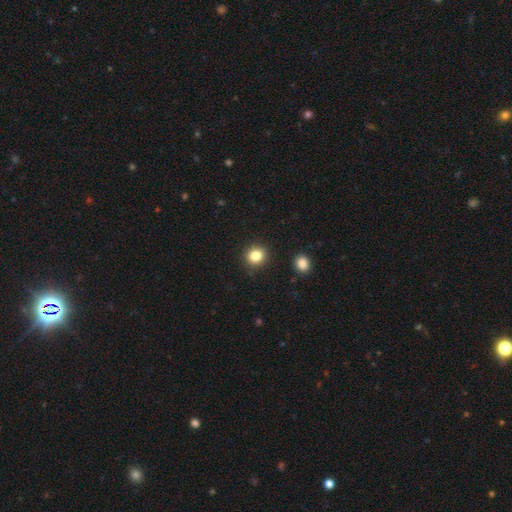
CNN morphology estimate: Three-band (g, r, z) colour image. It shows a smooth galaxy with no disk features (83%) that is round (87%). Merging: none (90%).